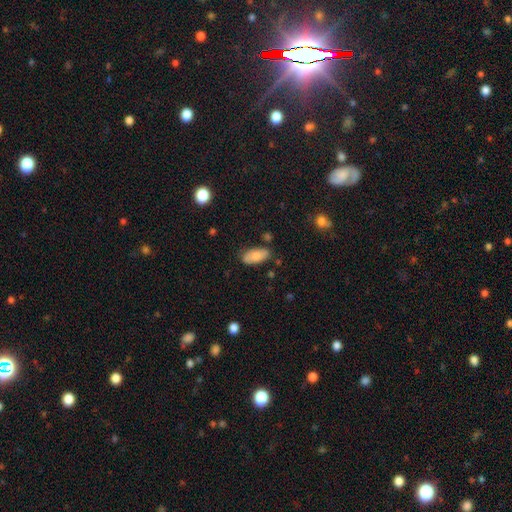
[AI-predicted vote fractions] A smooth galaxy with no disk features (80%) that is in between round and cigar-shaped (89%). Merging: none (76%).